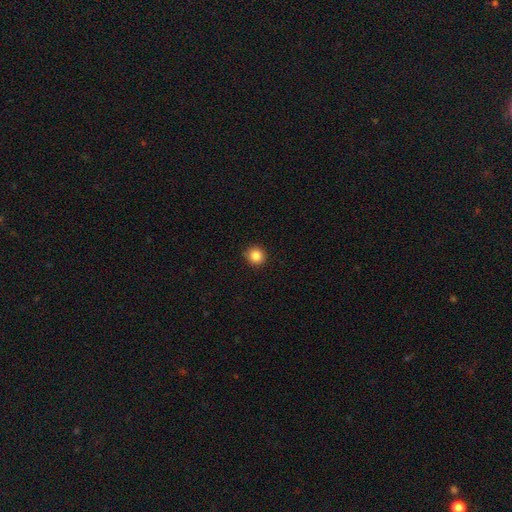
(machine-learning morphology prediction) A smooth galaxy with no disk features (86%) that is round (92%). Merging: none (91%).